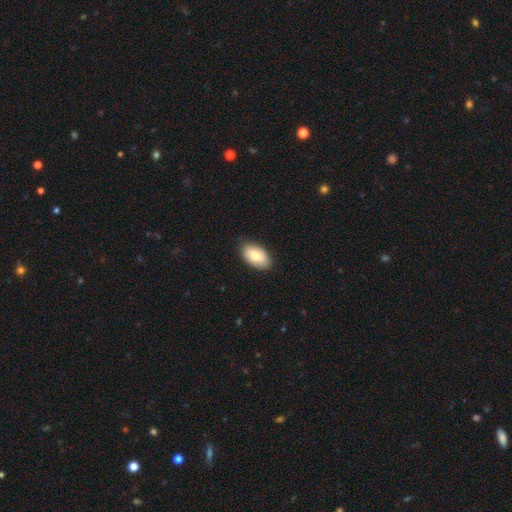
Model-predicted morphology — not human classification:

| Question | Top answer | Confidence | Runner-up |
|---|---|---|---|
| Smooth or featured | smooth | 80% | featured or disk (14%) |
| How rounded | in between | 94% | round (4%) |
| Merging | none | 84% | minor disturbance (13%) |